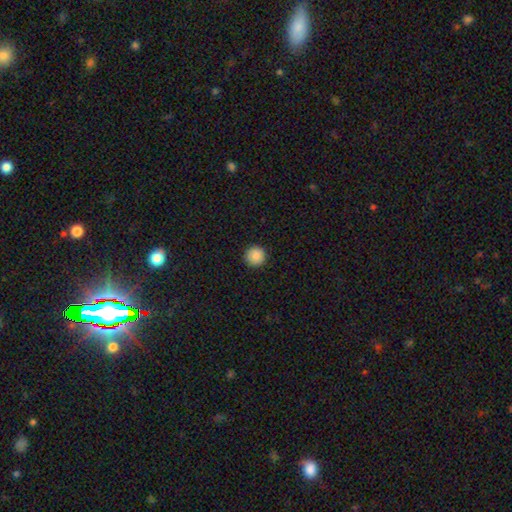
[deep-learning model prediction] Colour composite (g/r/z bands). It shows a smooth galaxy with no disk features (88%) that is round (96%). Merging: none (92%).